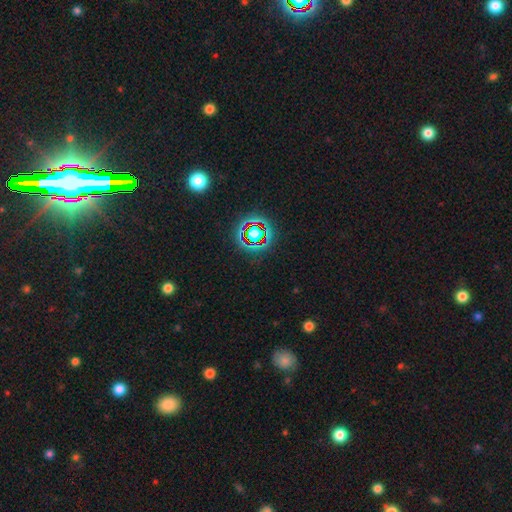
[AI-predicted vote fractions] star or artifact 69%, smooth 17%, featured or disk 15%.